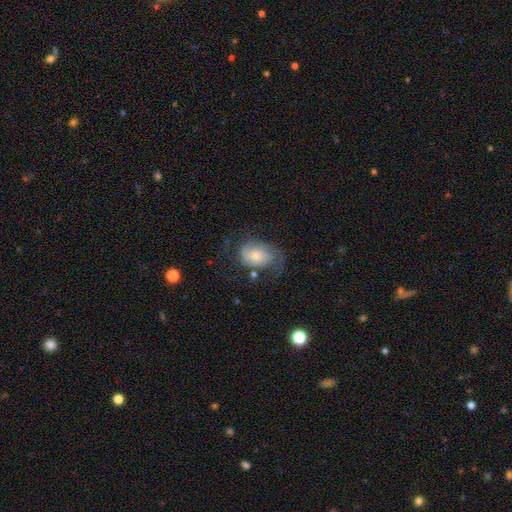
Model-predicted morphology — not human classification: Smooth or featured? featured or disk (61%)
Edge-on disk? no (97%)
Bar? no (73%)
Spiral arms? yes (86%)
Spiral winding? medium (42%)
Spiral arm count? 2 (53%)
Bulge size? small (50%)
Merging? none (45%)